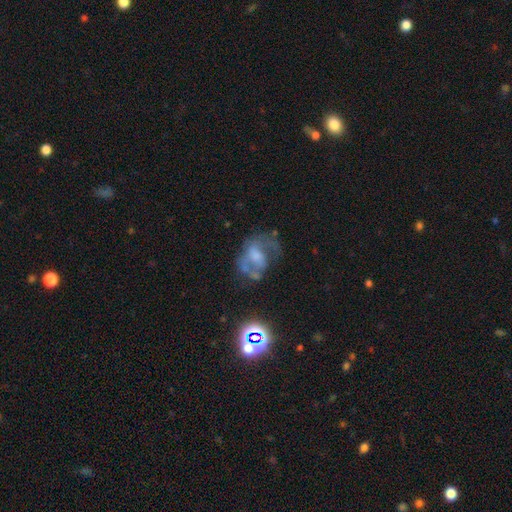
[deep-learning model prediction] A featured or disk galaxy (61%) with no bar (57%), spiral arms (57%) and a moderate central bulge (36%). Merging: none (43%).